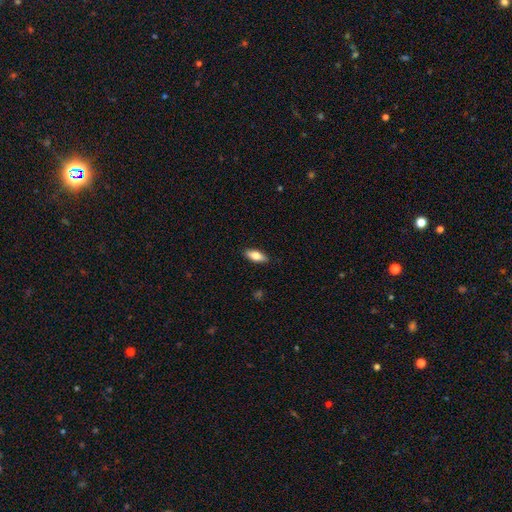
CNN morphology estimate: Smooth or featured?
  - smooth: 78% *
  - featured or disk: 15%
  - star or artifact: 6%
How rounded?
  - in between: 78% *
  - cigar-shaped: 20%
  - round: 2%
Merging?
  - none: 88% *
  - minor disturbance: 9%
  - major disturbance: 2%
  - merger: 1%